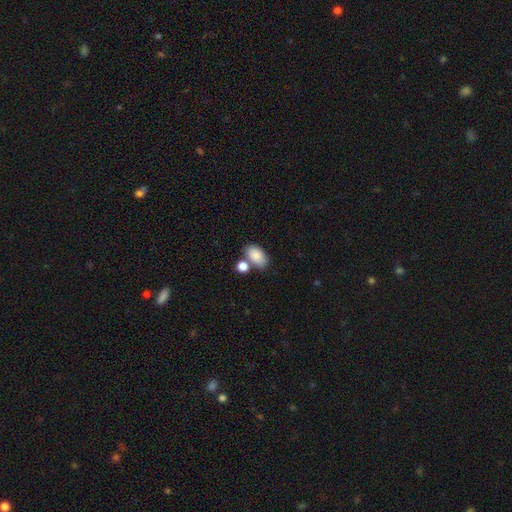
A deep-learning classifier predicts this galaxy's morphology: Smooth or featured? Predicted: smooth (p=0.86). How rounded? Predicted: in between (p=0.91). Merging? Predicted: none (p=0.60).